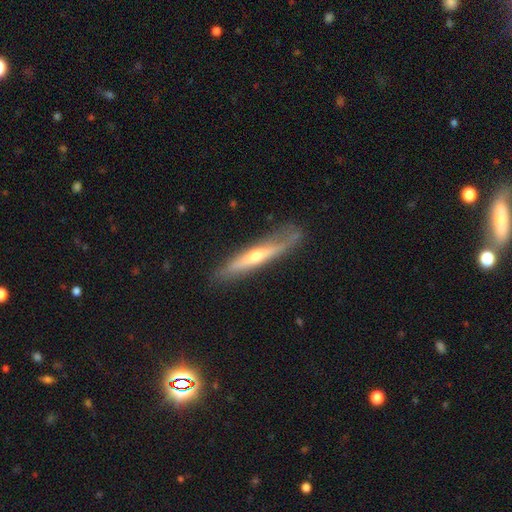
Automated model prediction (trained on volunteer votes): Morphology: type=featured or disk (59%); edge-on=yes (84%); merging=none (73%).